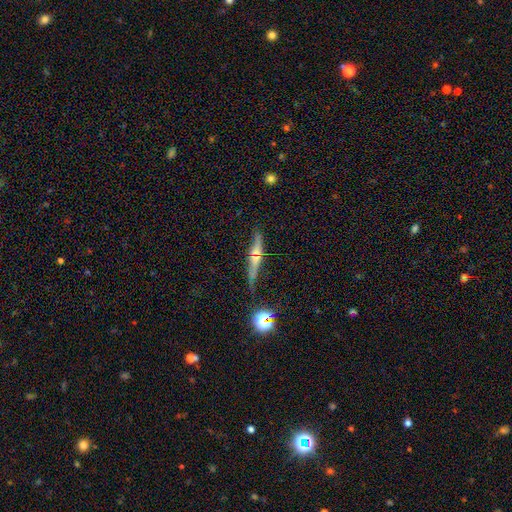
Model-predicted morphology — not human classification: A featured or disk galaxy (53%) viewed edge-on (91%).

Vote fractions:
- Smooth or featured? featured or disk: 53% / smooth: 35% / star or artifact: 13%
- Edge-on disk? yes: 91% / no: 9%
- Merging? none: 77% / minor disturbance: 15% / merger: 5% / major disturbance: 4%